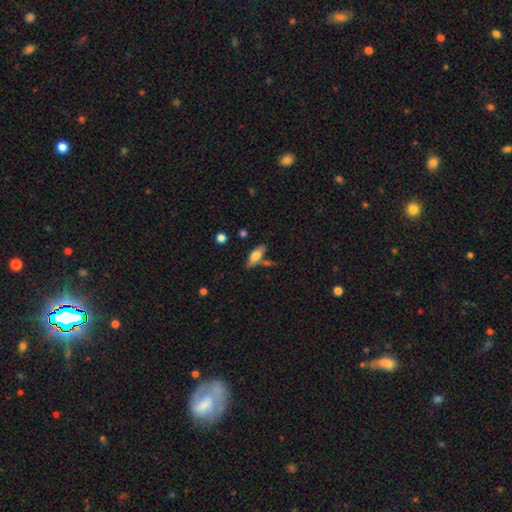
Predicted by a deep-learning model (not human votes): This appears to be a smooth galaxy with no disk features (67%) that is in between round and cigar-shaped (67%). Merging: none (69%).